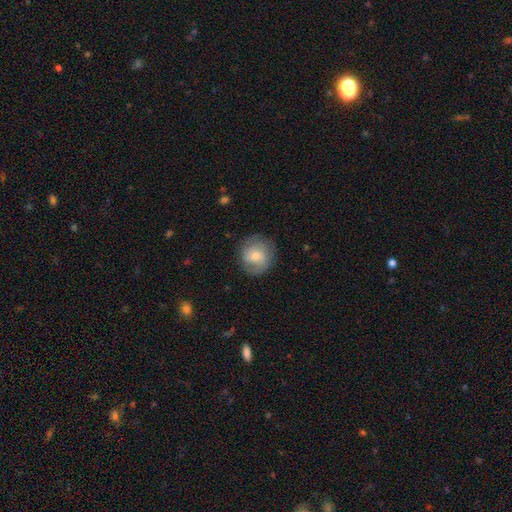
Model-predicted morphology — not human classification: Smooth or featured? smooth (50%)
How rounded? round (87%)
Merging? none (80%)